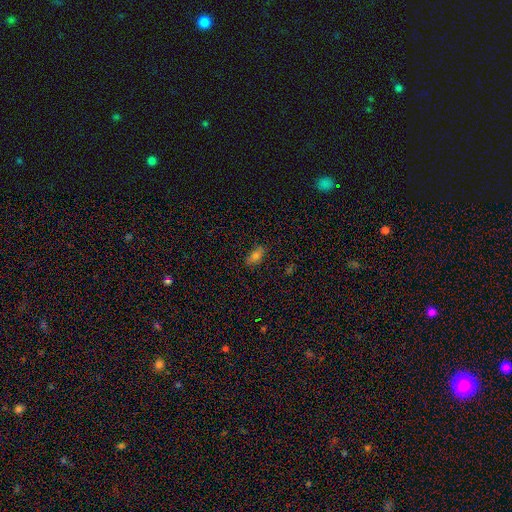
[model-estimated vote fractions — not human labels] Q: Smooth or featured?
A: smooth (75%); runner-up: star or artifact (13%)
Q: How rounded?
A: in between (86%); runner-up: cigar-shaped (7%)
Q: Merging?
A: none (82%); runner-up: minor disturbance (14%)